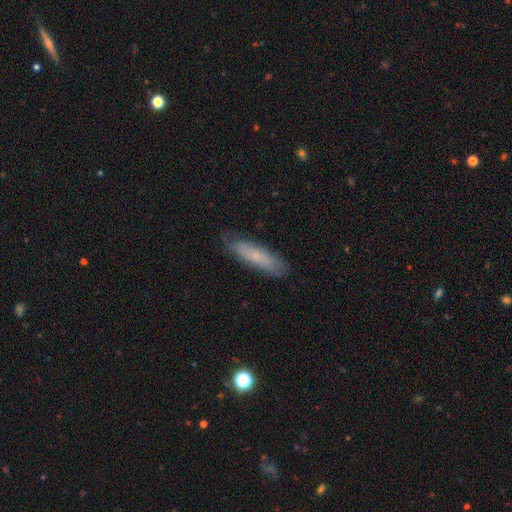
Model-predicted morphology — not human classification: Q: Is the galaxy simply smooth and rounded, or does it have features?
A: smooth — 65%.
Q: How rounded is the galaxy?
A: cigar-shaped — 64%.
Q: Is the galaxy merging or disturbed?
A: none — 80%.